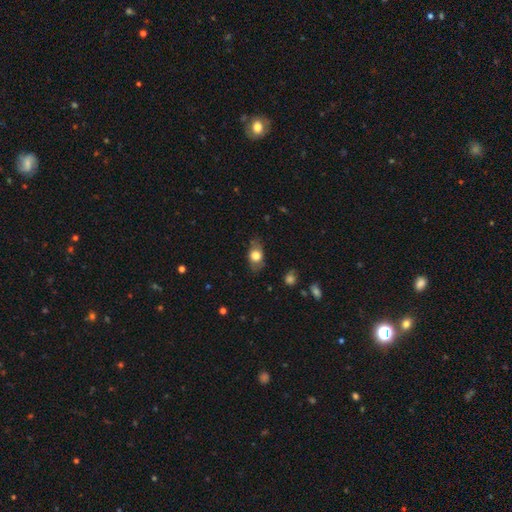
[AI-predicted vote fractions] smooth-or-featured: smooth: 70% | featured or disk: 23% | star or artifact: 8%
  how-rounded: in between: 79% | round: 17% | cigar-shaped: 4%
  merging: none: 76% | minor disturbance: 18% | major disturbance: 5% | merger: 1%